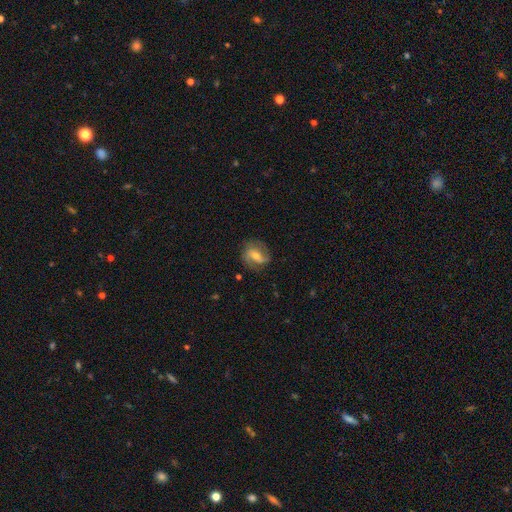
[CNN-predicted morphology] smooth_or_featured: featured or disk (p=0.63) [alt: smooth p=0.29]
disk_edge_on: no (p=0.95) [alt: yes p=0.05]
bar: weak (p=0.41) [alt: strong p=0.32]
has_spiral_arms: yes (p=0.84) [alt: no p=0.16]
spiral_winding: medium (p=0.42) [alt: loose p=0.31]
spiral_arm_count: 2 (p=0.75) [alt: can't tell p=0.12]
bulge_size: moderate (p=0.54) [alt: small p=0.37]
merging: none (p=0.72) [alt: minor disturbance p=0.18]